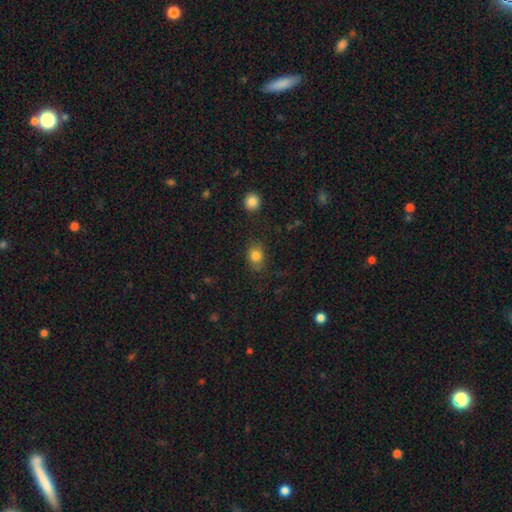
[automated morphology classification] smooth_or_featured: smooth (p=0.83) [alt: star or artifact p=0.11]
how_rounded: in between (p=0.53) [alt: round p=0.46]
merging: none (p=0.74) [alt: minor disturbance p=0.18]